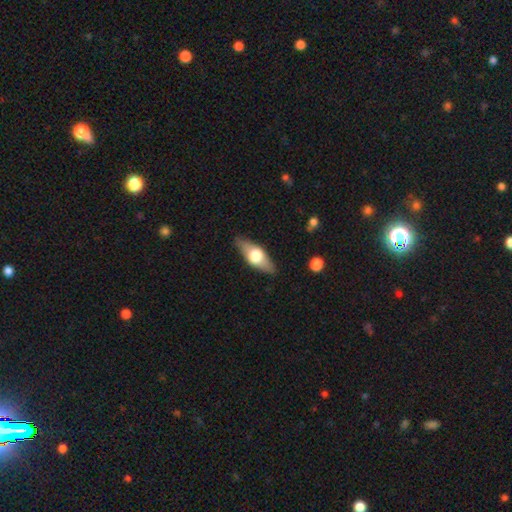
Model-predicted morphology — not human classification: smooth 48%, featured or disk 46%, star or artifact 5%. Down the decision tree: merging — none (85%).